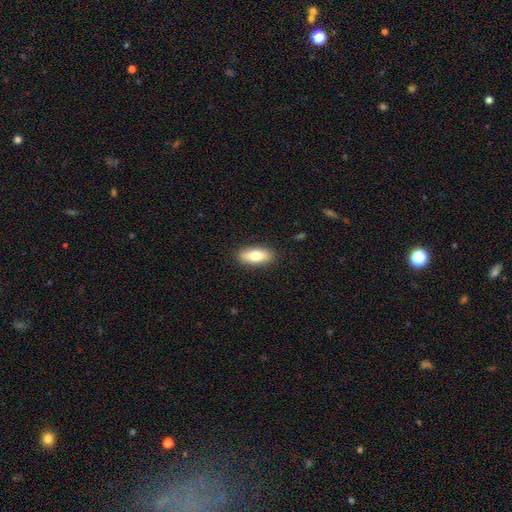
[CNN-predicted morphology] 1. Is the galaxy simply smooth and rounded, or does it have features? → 75% smooth, 19% featured or disk, 6% star or artifact.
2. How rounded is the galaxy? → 78% in between, 19% cigar-shaped, 3% round.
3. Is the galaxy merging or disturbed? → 88% none, 9% minor disturbance, 2% major disturbance, 1% merger.